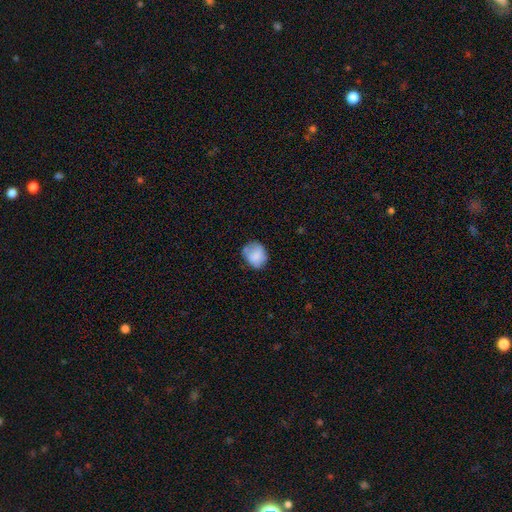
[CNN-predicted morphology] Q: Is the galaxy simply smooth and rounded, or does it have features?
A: smooth — 78%.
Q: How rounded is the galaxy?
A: round — 60%.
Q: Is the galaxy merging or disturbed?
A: none — 61%.